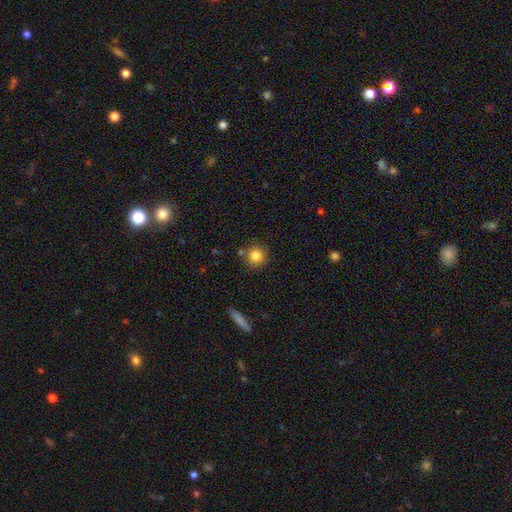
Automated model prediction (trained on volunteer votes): This is clearly a smooth galaxy (83%). How rounded: clearly round (92%). Merging: clearly none (82%).